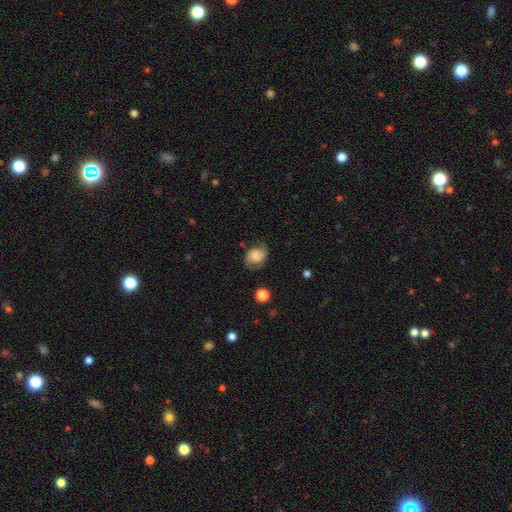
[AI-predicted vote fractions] This is possibly a smooth galaxy (54%). How rounded: possibly round (51%). Merging: likely none (62%).